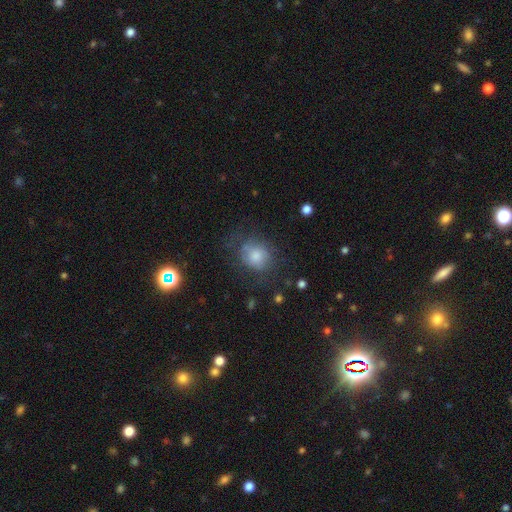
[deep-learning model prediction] smooth 63%, featured or disk 20%, star or artifact 17%. Down the decision tree: how rounded — round (71%); merging — none (63%).